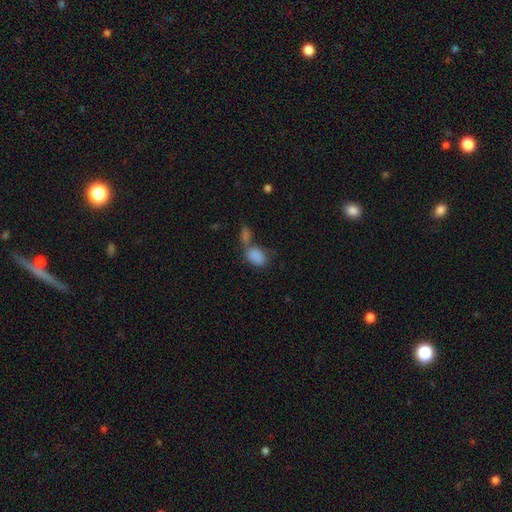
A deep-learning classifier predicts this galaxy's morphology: Smooth or featured? smooth (85%)
How rounded? in between (88%)
Merging? merger (56%)